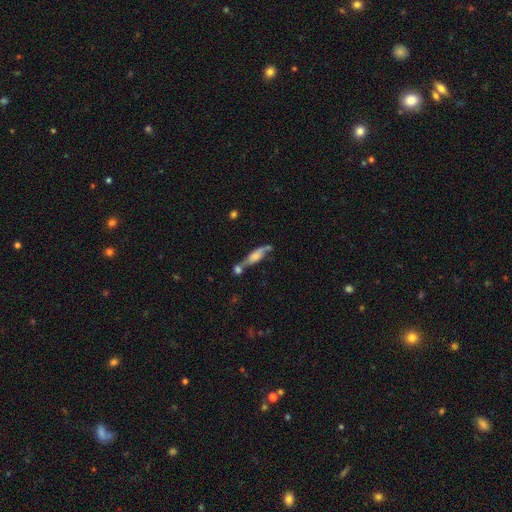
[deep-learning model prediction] smooth 49%, featured or disk 43%, star or artifact 9%. Down the decision tree: merging — merger (42%).